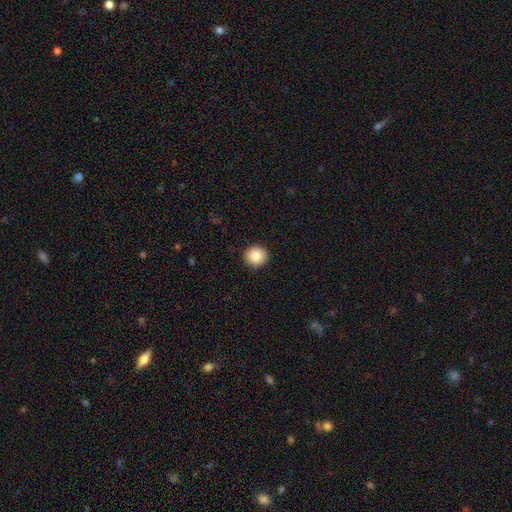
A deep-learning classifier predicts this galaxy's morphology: smooth-or-featured: smooth: 84% | star or artifact: 9% | featured or disk: 7%
  how-rounded: round: 92% | in between: 7% | cigar-shaped: 1%
  merging: none: 93% | minor disturbance: 5% | major disturbance: 2% | merger: 1%